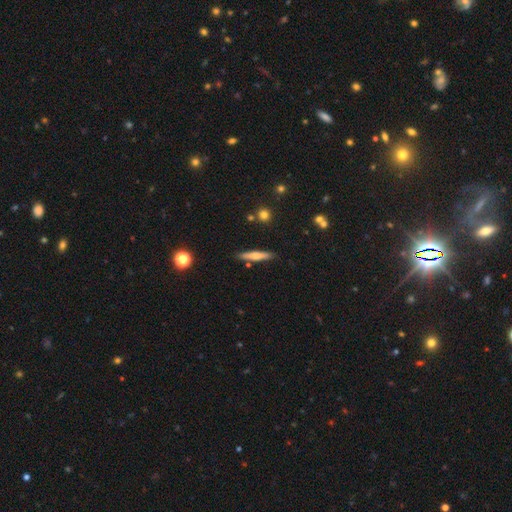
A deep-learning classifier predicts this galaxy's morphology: Q: Smooth or featured?
A: smooth (57%); runner-up: featured or disk (37%)
Q: How rounded?
A: cigar-shaped (90%); runner-up: in between (8%)
Q: Merging?
A: none (86%); runner-up: minor disturbance (9%)